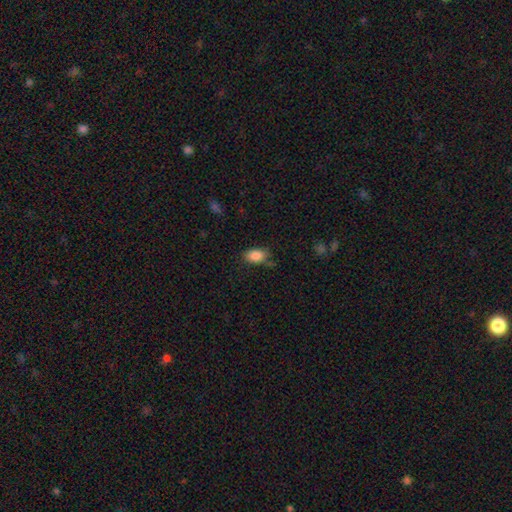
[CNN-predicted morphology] type=smooth (86%); roundness=in between (89%); merging=none (72%).